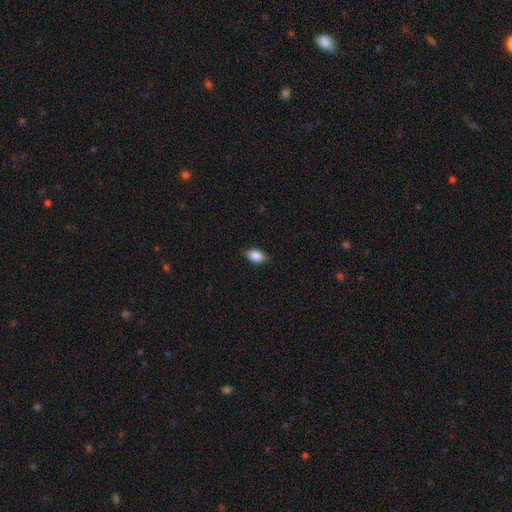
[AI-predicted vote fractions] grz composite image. It shows a smooth galaxy with no disk features (85%) that is in between round and cigar-shaped (83%). Merging: none (82%).